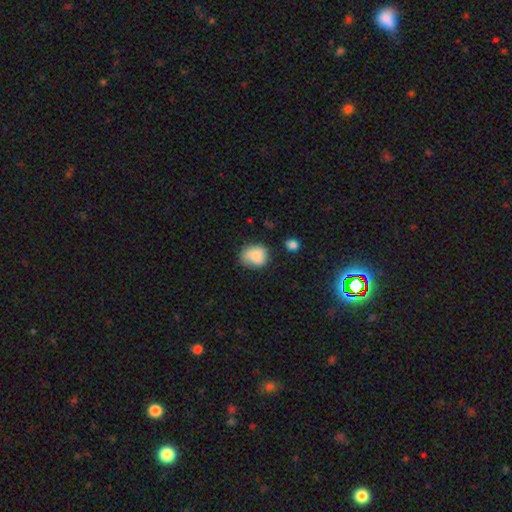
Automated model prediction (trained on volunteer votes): Smooth or featured: smooth — 76% (featured or disk — 15%)
How rounded: round — 59% (in between — 40%)
Merging: none — 54% (minor disturbance — 31%)